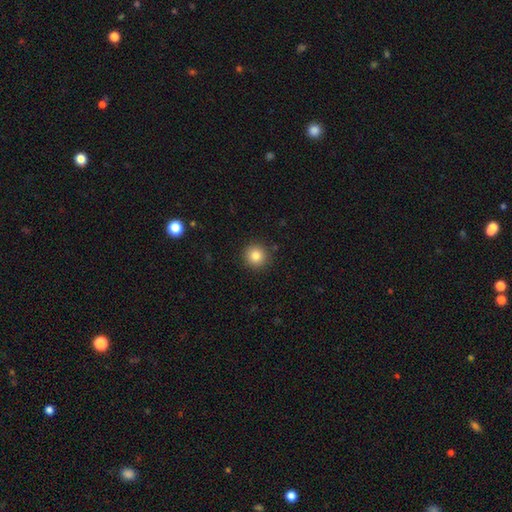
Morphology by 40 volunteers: Overall: smooth (90%). How rounded: round (97%). Merging: none (92%).